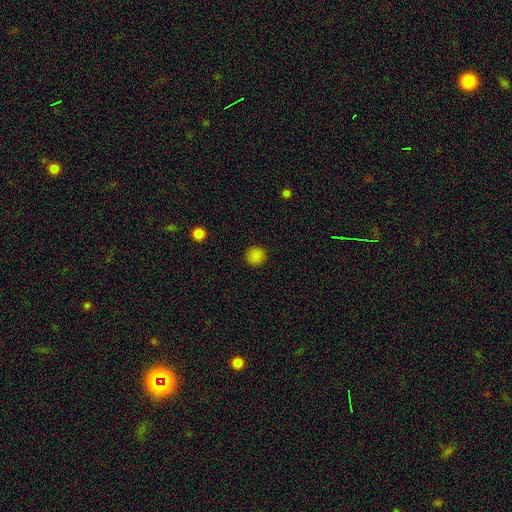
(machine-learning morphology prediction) Q: Smooth or featured?
A: smooth (85%); runner-up: star or artifact (12%)
Q: How rounded?
A: round (91%); runner-up: in between (8%)
Q: Merging?
A: none (91%); runner-up: minor disturbance (6%)